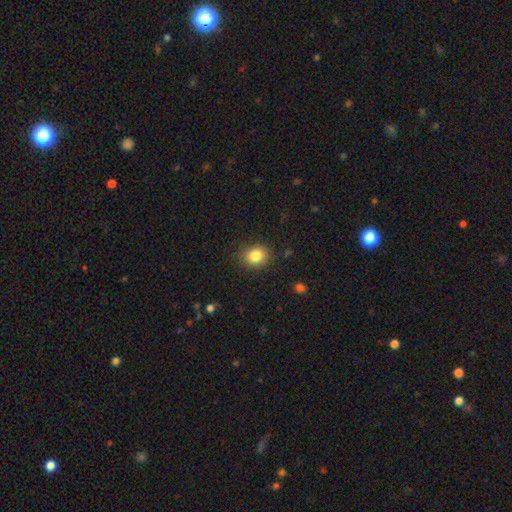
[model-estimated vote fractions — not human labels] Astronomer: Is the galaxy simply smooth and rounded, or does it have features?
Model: smooth — 84%.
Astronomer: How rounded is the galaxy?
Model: round — 61% (runner-up: in between, 38%).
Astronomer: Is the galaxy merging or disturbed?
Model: none — 87%.